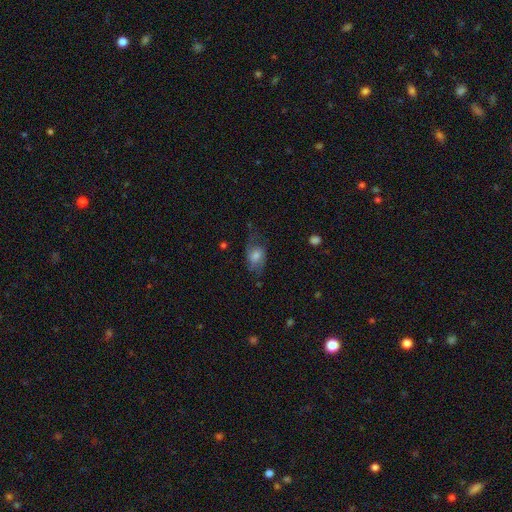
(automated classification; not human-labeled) Smooth or featured? smooth (59%)
How rounded? in between (77%)
Merging? none (50%)